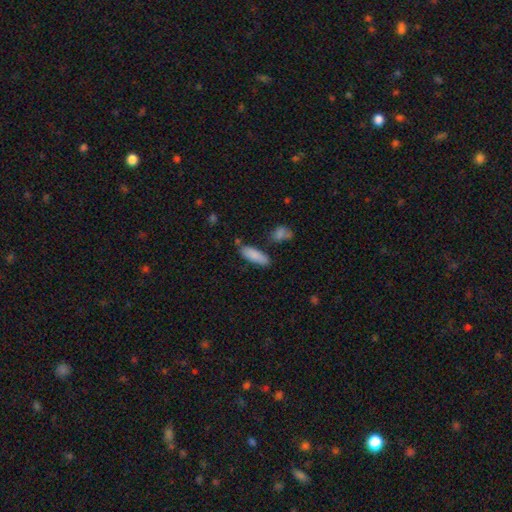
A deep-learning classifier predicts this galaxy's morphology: This is clearly a smooth galaxy (86%). How rounded: likely in between (66%). Merging: likely none (76%).